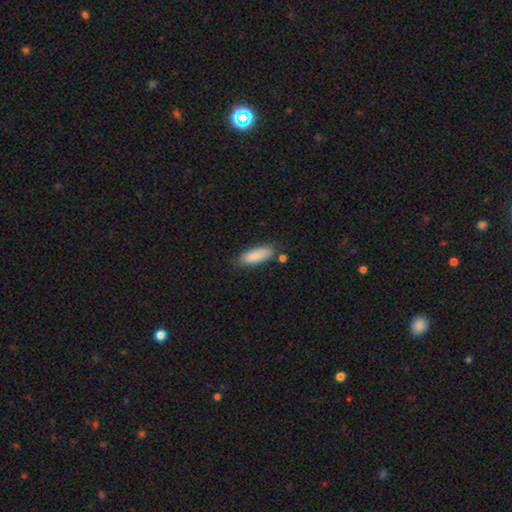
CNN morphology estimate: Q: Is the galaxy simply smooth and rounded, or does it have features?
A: smooth — 87%.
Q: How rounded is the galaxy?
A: in between — 60%.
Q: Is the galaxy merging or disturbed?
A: none — 76%.